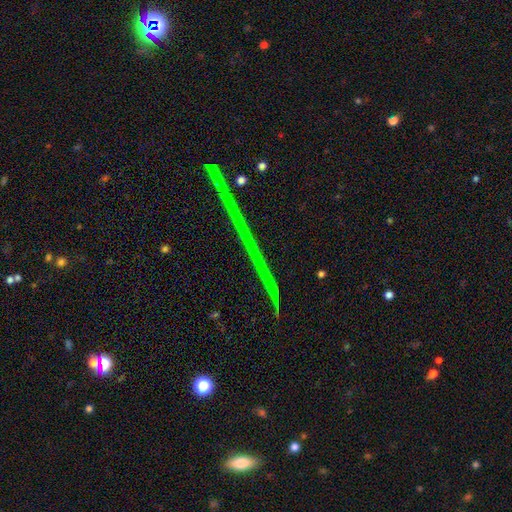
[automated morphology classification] Smooth or featured?
  - star or artifact: 49% *
  - featured or disk: 37%
  - smooth: 14%